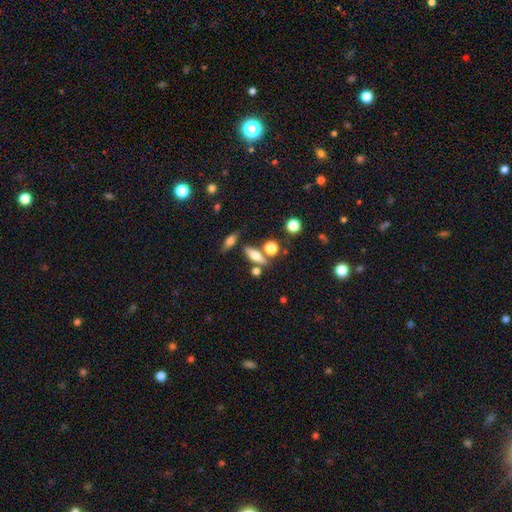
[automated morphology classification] The model was most divided on "smooth or featured": smooth: 49%, featured or disk: 40%, star or artifact: 11%. More confident: merging — none (66%).